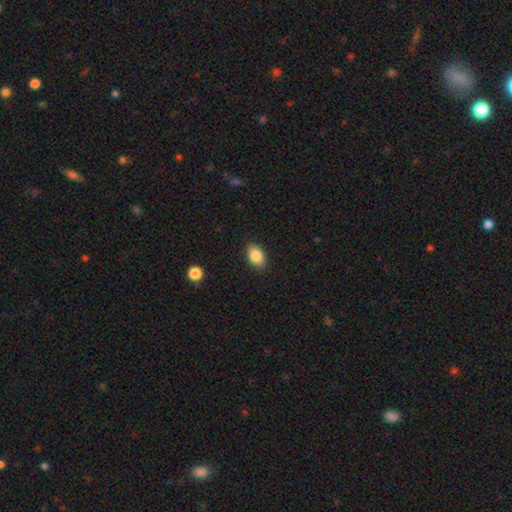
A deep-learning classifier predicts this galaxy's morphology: smooth-or-featured: smooth: 86% | star or artifact: 8% | featured or disk: 6%
  how-rounded: in between: 87% | round: 12% | cigar-shaped: 1%
  merging: none: 87% | minor disturbance: 9% | major disturbance: 2% | merger: 1%